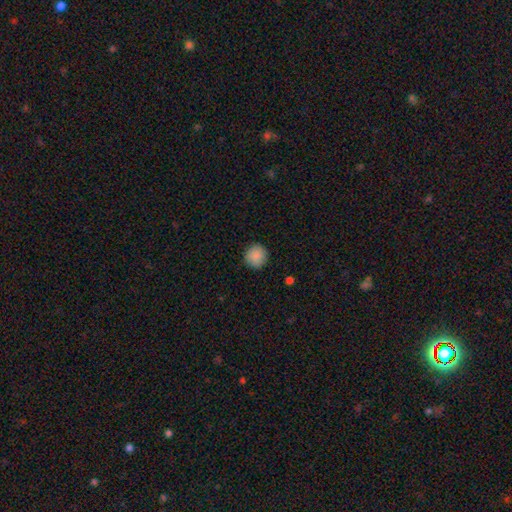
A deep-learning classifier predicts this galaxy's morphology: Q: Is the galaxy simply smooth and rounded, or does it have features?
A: smooth — 89%.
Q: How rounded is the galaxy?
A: round — 94%.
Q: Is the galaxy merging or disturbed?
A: none — 90%.